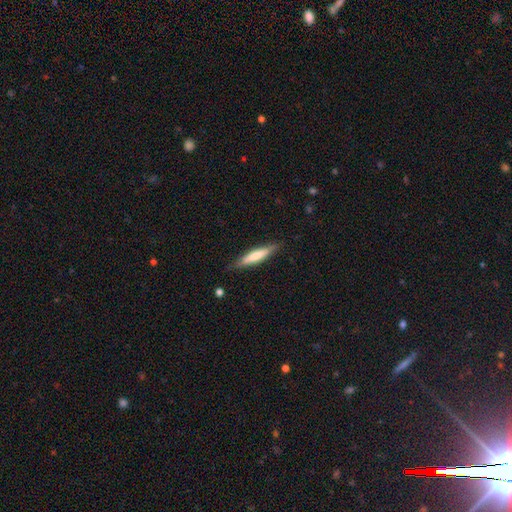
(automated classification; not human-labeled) Overall: smooth (63%; featured or disk 31%). How rounded: cigar-shaped (84%). Merging: none (81%).